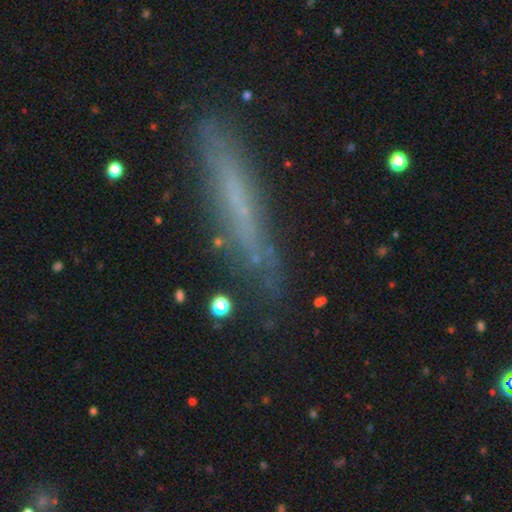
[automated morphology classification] A featured or disk galaxy (49%).

Vote fractions:
- Smooth or featured? featured or disk: 49% / smooth: 42% / star or artifact: 9%
- Merging? none: 76% / minor disturbance: 17% / major disturbance: 5% / merger: 2%